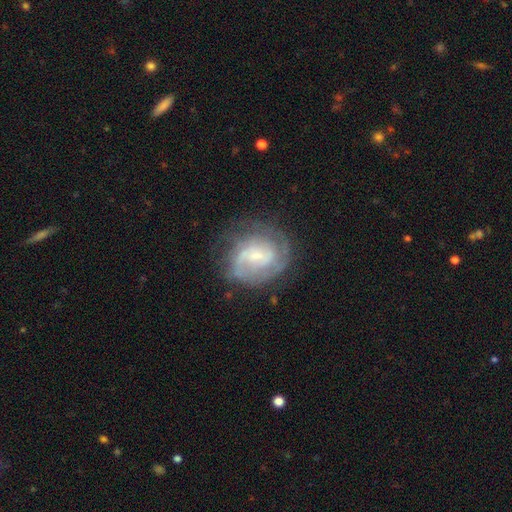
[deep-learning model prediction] This appears to be a featured or disk galaxy (74%) with a weak bar (49%), 2 (38%) tight (48%) spiral arms (87%) and a small central bulge (53%). Merging: none (65%).